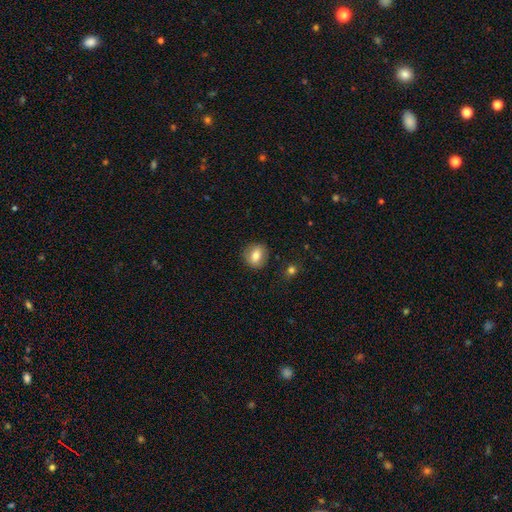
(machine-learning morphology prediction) Smooth or featured? smooth (75%)
How rounded? round (74%)
Merging? none (86%)